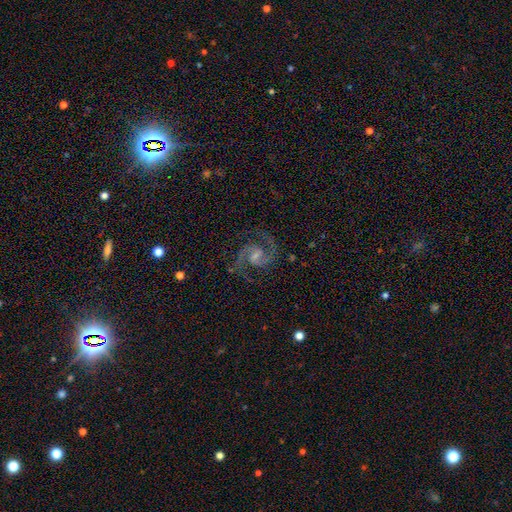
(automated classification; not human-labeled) smooth-or-featured: featured or disk: 92% | star or artifact: 5% | smooth: 3%
  disk-edge-on: no: 98% | yes: 2%
    bar: weak: 52% | no: 30% | strong: 18%
    has-spiral-arms: yes: 99% | no: 1%
      spiral-winding: medium: 69% | tight: 19% | loose: 12%
      spiral-arm-count: 2: 94% | 3: 1% | can't tell: 1% | 1: 1% | 4: 1% | more than 4: 1%
    bulge-size: small: 46% | moderate: 31% | none: 18% | large: 3% | dominant: 1%
  merging: none: 83% | minor disturbance: 11% | major disturbance: 4% | merger: 1%